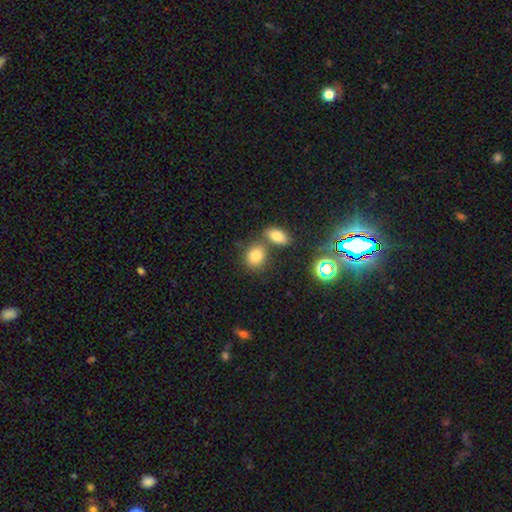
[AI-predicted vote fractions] Smooth or featured? Predicted: smooth (p=0.79). How rounded? Predicted: round (p=0.56). Merging? Predicted: none (p=0.56).